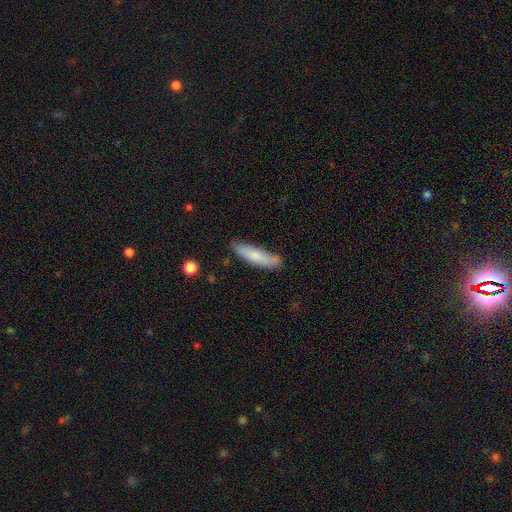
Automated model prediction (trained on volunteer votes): This appears to be a smooth galaxy with no disk features (75%) that is cigar-shaped (75%). Merging: none (74%).